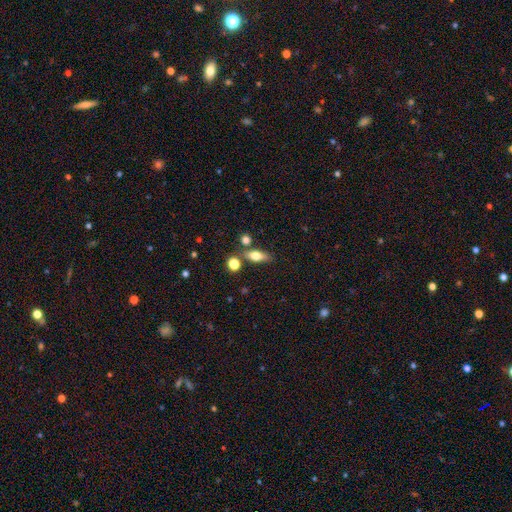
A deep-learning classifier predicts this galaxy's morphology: smooth 62%, featured or disk 28%, star or artifact 9%. Down the decision tree: how rounded — in between (63%); merging — none (72%).